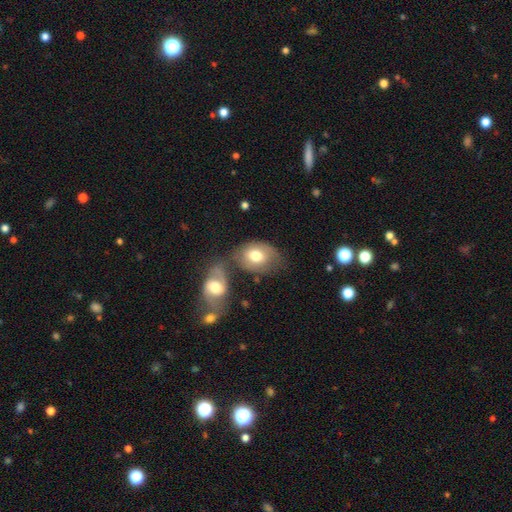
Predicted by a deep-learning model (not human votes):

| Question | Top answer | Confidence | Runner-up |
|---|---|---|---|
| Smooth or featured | smooth | 67% | featured or disk (26%) |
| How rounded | in between | 69% | round (30%) |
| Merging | none | 41% | merger (31%) |